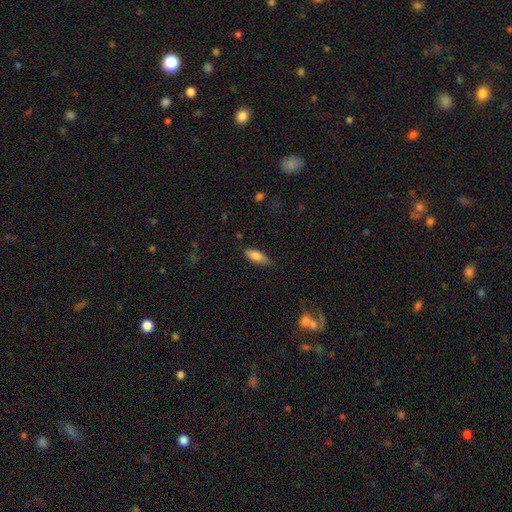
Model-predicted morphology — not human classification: This appears to be a smooth galaxy with no disk features (81%) that is in between round and cigar-shaped (74%). Merging: none (70%).